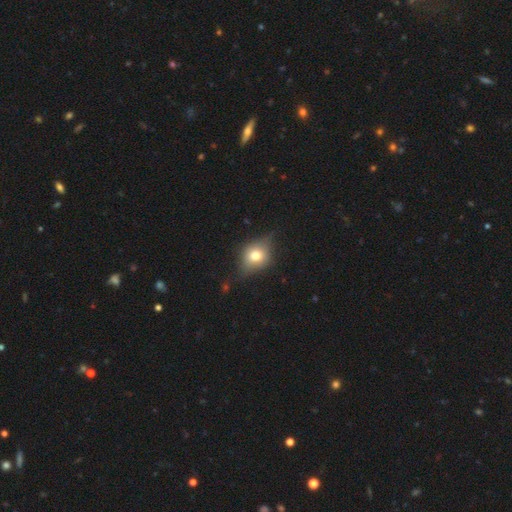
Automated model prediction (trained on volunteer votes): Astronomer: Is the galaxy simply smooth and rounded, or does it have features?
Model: smooth — 59%.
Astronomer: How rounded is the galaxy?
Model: round — 55% (runner-up: in between, 43%).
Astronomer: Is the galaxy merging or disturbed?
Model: none — 63%.